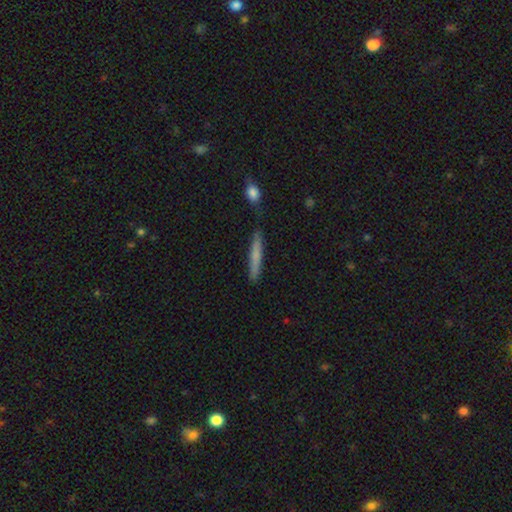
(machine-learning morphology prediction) Smooth or featured? smooth (69%)
How rounded? cigar-shaped (93%)
Merging? none (79%)